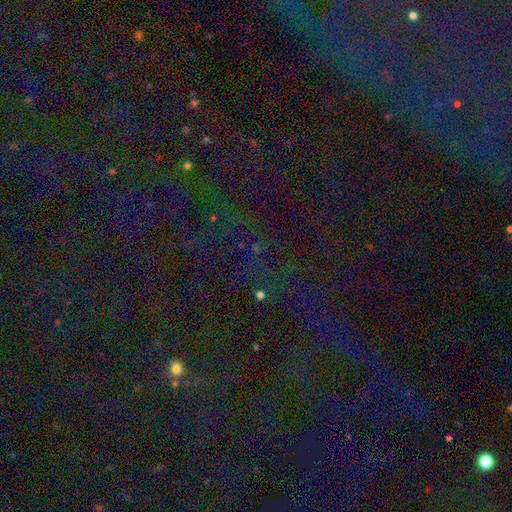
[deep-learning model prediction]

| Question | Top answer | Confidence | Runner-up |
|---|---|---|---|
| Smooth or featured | star or artifact | 80% | smooth (12%) |